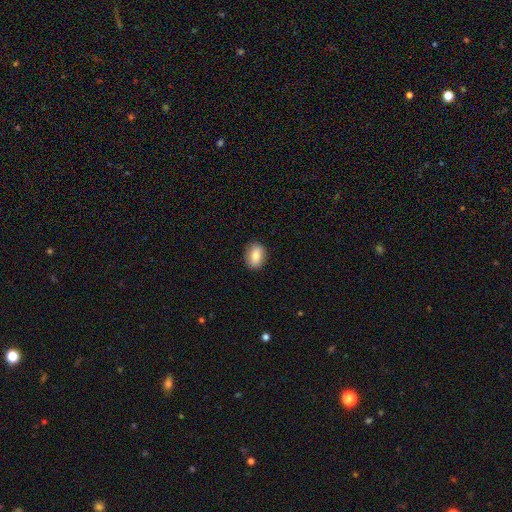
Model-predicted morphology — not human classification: Q: Smooth or featured?
A: smooth (84%); runner-up: featured or disk (9%)
Q: How rounded?
A: in between (77%); runner-up: round (22%)
Q: Merging?
A: none (88%); runner-up: minor disturbance (9%)